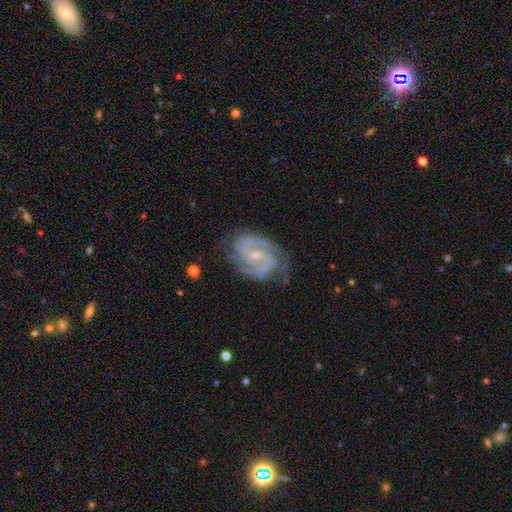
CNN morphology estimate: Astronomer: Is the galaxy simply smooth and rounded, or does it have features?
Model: featured or disk — 90%.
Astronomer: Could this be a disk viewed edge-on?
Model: no — 98%.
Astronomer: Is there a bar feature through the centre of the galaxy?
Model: weak — 46% (runner-up: no, 42%).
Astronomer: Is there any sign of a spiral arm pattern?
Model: yes — 98%.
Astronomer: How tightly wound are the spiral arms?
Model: medium — 49% (runner-up: tight, 43%).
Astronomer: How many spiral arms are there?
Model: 2 — 63%.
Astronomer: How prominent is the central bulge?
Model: small — 71%.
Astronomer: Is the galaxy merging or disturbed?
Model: none — 72%.